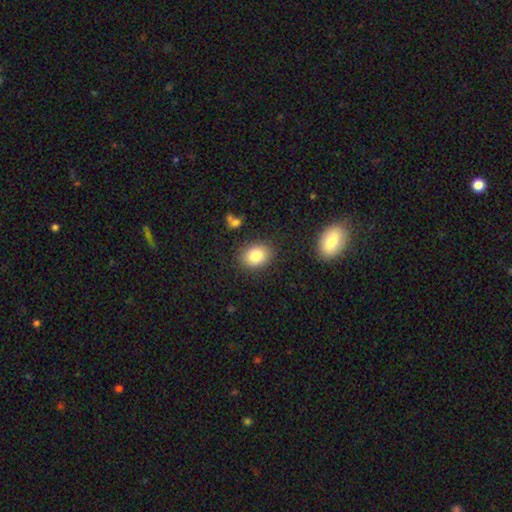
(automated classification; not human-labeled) Overall: smooth (84%). How rounded: in between (61%; round 38%). Merging: none (85%).